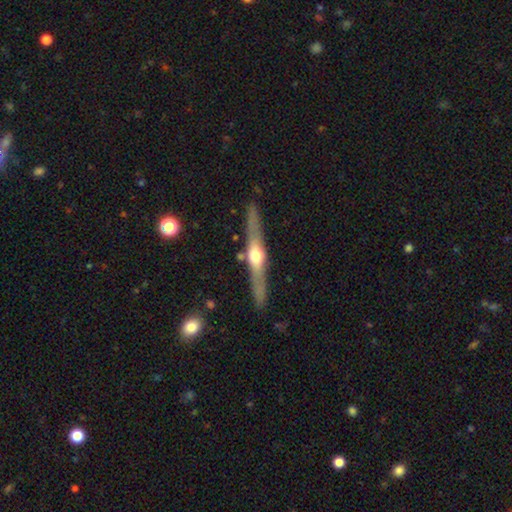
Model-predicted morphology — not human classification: Smooth or featured? featured or disk (72%)
Edge-on disk? yes (96%)
Edge-on bulge? rounded (94%)
Merging? none (86%)